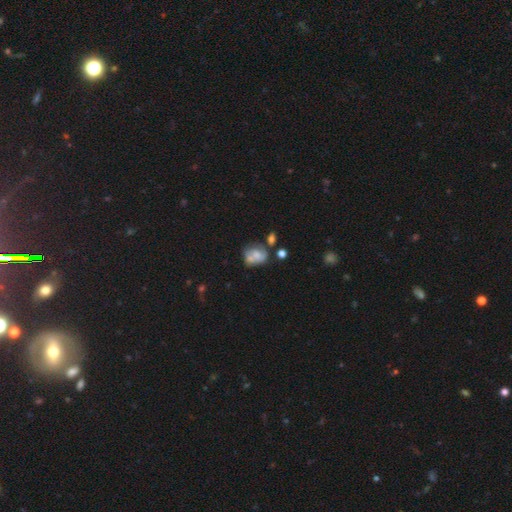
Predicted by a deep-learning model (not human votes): Morphology: type=smooth (52%); roundness=in between (56%); merging=none (34%).